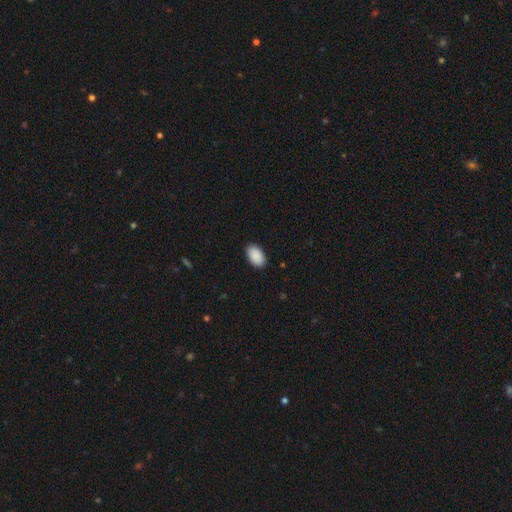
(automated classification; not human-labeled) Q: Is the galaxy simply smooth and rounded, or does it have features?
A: smooth — 91%.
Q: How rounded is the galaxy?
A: in between — 94%.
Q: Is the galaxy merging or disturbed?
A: none — 89%.